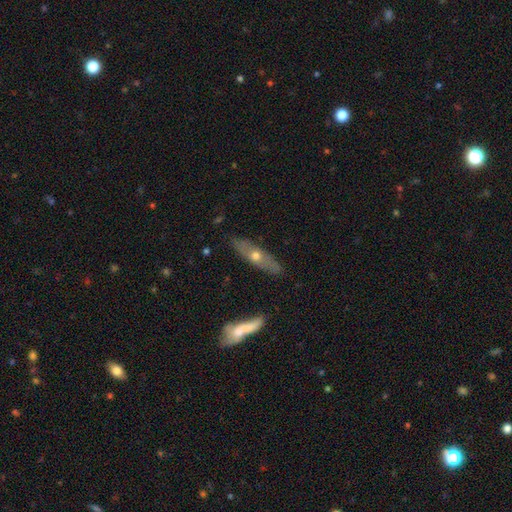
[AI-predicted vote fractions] This appears to be a featured or disk galaxy (60%) viewed edge-on (72%). Merging: none (83%).